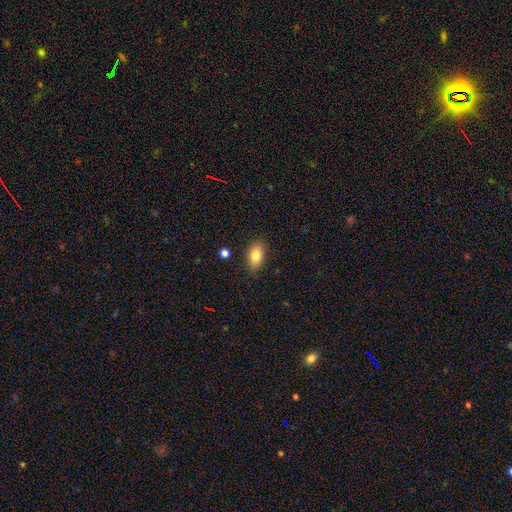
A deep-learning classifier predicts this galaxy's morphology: Smooth or featured?
  - smooth: 82% *
  - featured or disk: 10%
  - star or artifact: 8%
How rounded?
  - in between: 89% *
  - round: 8%
  - cigar-shaped: 3%
Merging?
  - none: 84% *
  - minor disturbance: 12%
  - major disturbance: 3%
  - merger: 2%